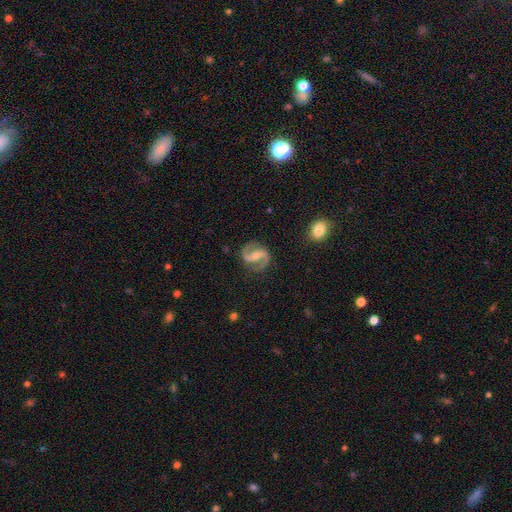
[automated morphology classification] The model was most divided on "bulge size": moderate: 46%, small: 44%, none: 5%, large: 3%, dominant: 1%. Remaining: edge-on disk — no (98%); spiral arms — yes (98%); spiral arm count — 2 (94%); smooth or featured — featured or disk (92%); merging — none (85%); spiral winding — medium (62%); bar — weak (40%).